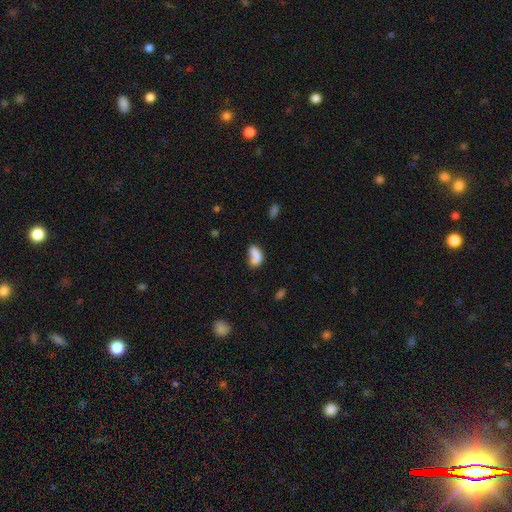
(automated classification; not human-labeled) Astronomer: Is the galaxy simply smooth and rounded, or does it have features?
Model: smooth — 76%.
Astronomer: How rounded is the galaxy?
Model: in between — 89%.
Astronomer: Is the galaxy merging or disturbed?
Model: none — 35% (runner-up: minor disturbance, 25%).